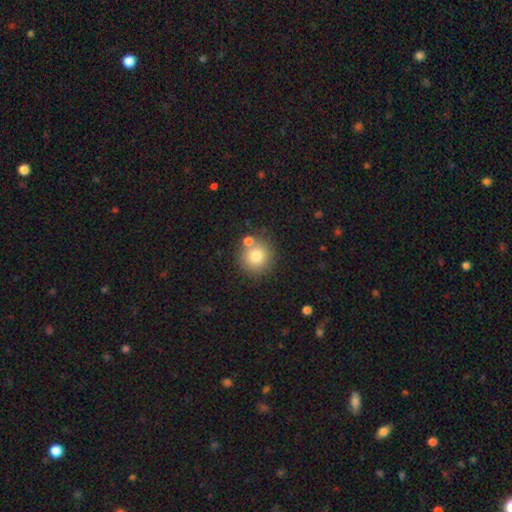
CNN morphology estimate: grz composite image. It shows a smooth galaxy with no disk features (79%) that is round (93%). Merging: none (74%).